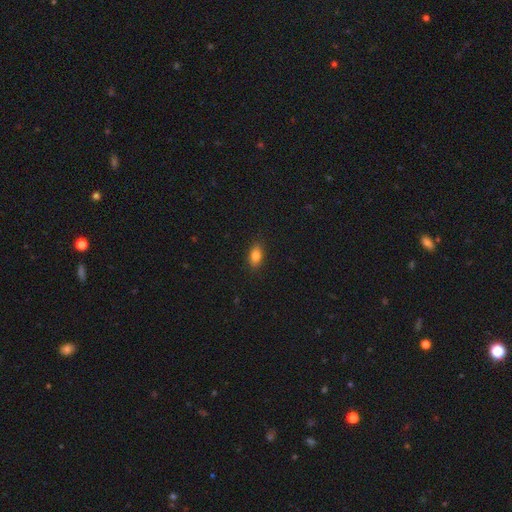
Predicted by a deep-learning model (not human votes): This is clearly a smooth galaxy (82%). How rounded: clearly in between (85%). Merging: clearly none (88%).